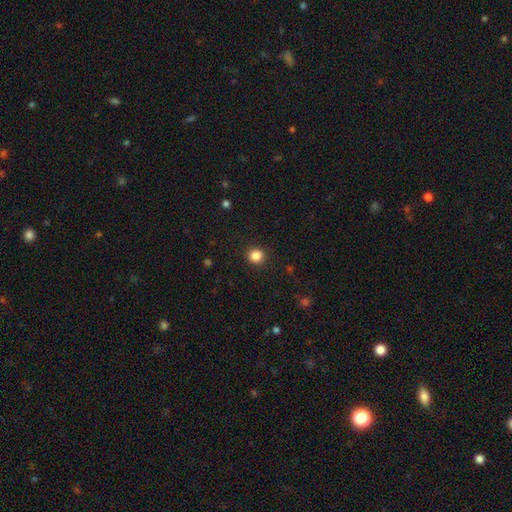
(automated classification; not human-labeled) Morphology: type=smooth (85%); roundness=round (92%); merging=none (92%).